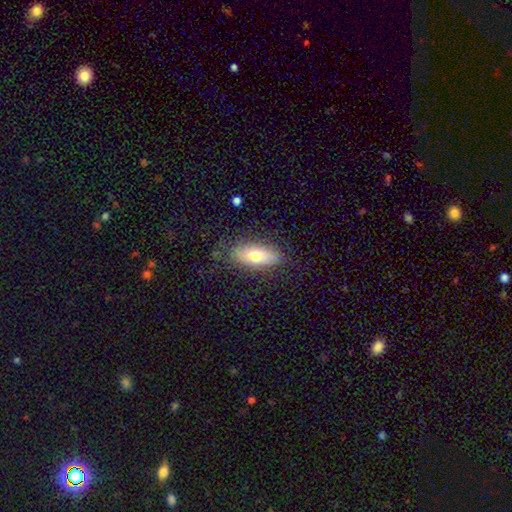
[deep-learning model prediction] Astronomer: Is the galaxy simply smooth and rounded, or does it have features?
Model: smooth — 69%.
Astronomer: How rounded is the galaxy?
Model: in between — 79%.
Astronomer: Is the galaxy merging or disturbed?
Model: none — 79%.